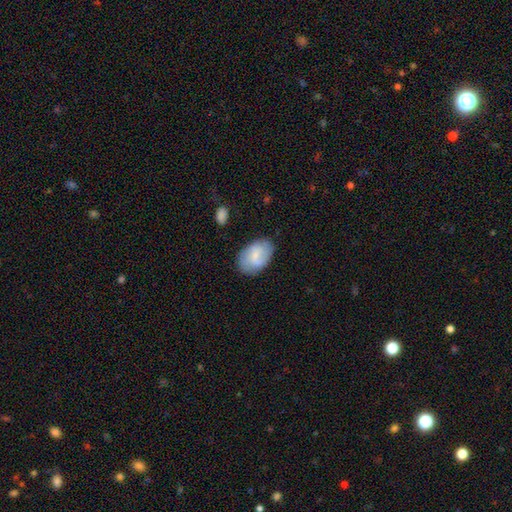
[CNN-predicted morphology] A smooth galaxy with no disk features (62%) that is in between round and cigar-shaped (88%). Merging: none (72%).